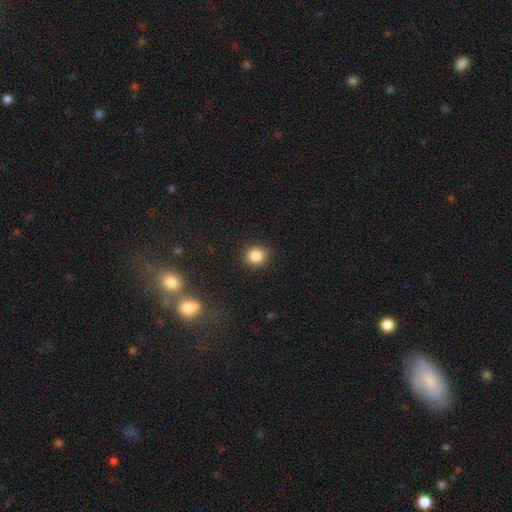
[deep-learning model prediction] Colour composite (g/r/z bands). It shows a smooth galaxy with no disk features (85%) that is round (86%). Merging: none (89%).